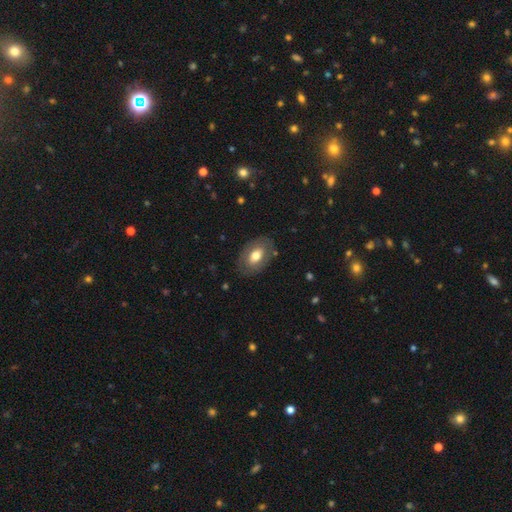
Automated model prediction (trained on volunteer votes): Smooth or featured? smooth (64%)
How rounded? in between (87%)
Merging? none (81%)